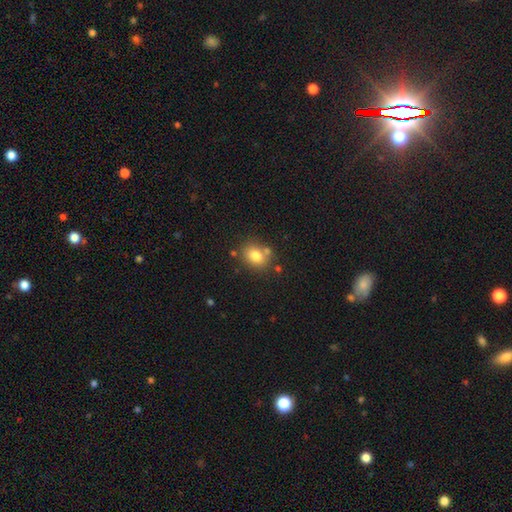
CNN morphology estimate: Overall: smooth (79%). How rounded: in between (50%; round 49%). Merging: none (69%).